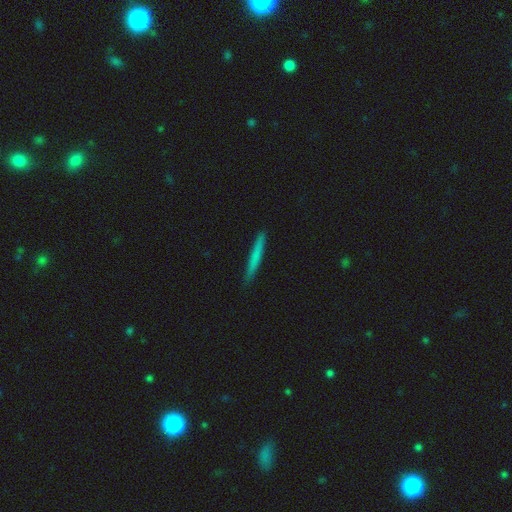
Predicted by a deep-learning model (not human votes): Q: Smooth or featured?
A: smooth (67%); runner-up: featured or disk (27%)
Q: How rounded?
A: cigar-shaped (96%); runner-up: in between (2%)
Q: Merging?
A: none (90%); runner-up: minor disturbance (8%)